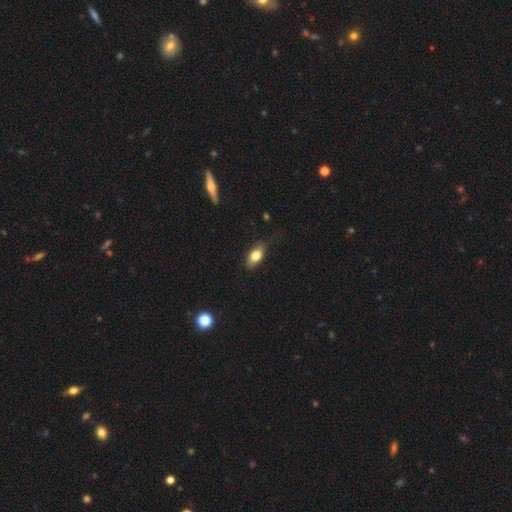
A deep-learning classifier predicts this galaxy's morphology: Smooth or featured: smooth — 78% (featured or disk — 14%)
How rounded: in between — 86% (round — 8%)
Merging: none — 77% (minor disturbance — 18%)